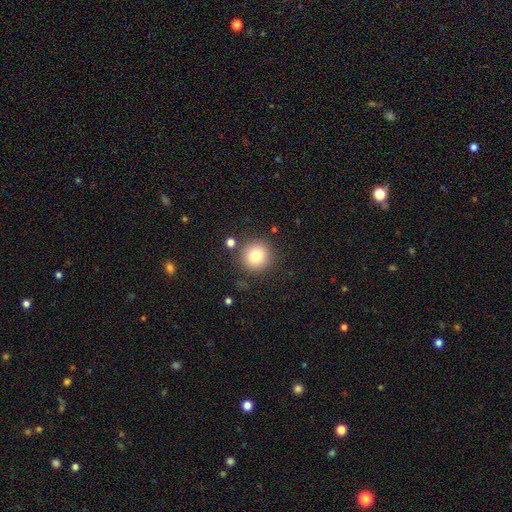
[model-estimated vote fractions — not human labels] Smooth or featured: smooth — 79% (star or artifact — 12%)
How rounded: round — 94% (in between — 5%)
Merging: none — 86% (minor disturbance — 7%)